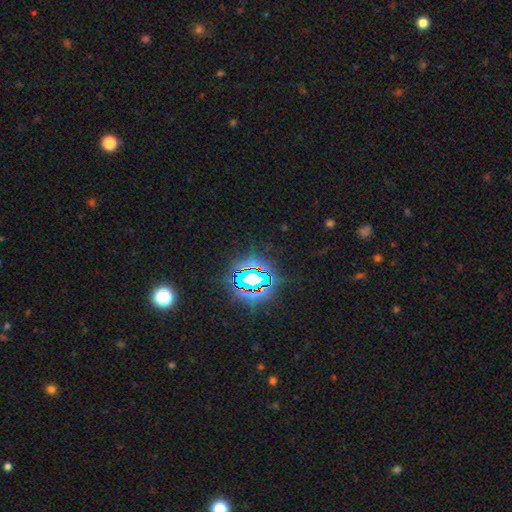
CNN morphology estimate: smooth_or_featured: star or artifact (p=0.80) [alt: smooth p=0.12]